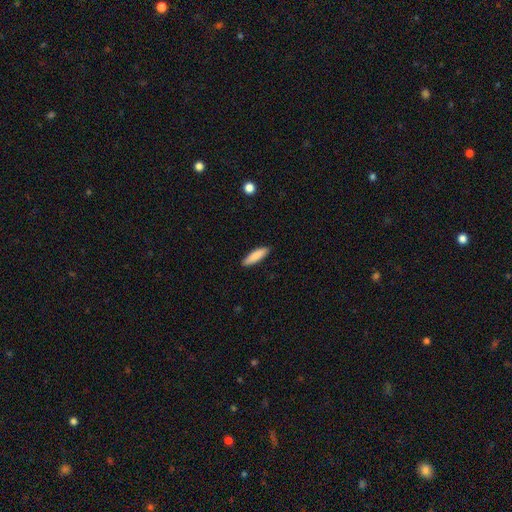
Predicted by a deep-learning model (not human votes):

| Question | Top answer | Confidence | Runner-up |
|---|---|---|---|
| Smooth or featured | smooth | 87% | featured or disk (7%) |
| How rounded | cigar-shaped | 68% | in between (31%) |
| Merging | none | 90% | minor disturbance (8%) |